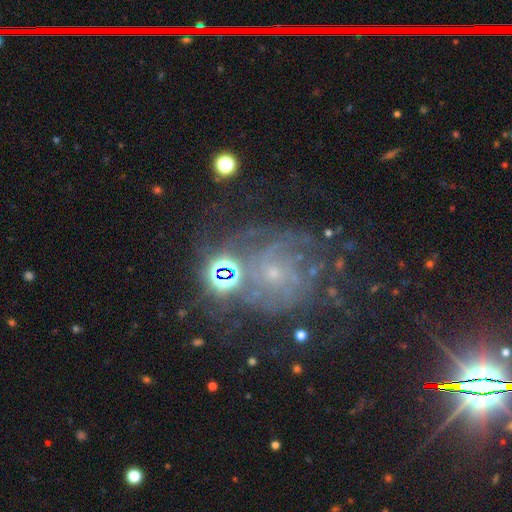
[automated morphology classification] Overall: featured or disk (66%). Edge-on disk: no (96%). Bar: no (74%). Spiral arms: yes (90%). Spiral arm count: can't tell (41%; 2 16%). Spiral winding: tight (68%). Bulge size: small (80%). Merging: none (56%; minor disturbance 16%).